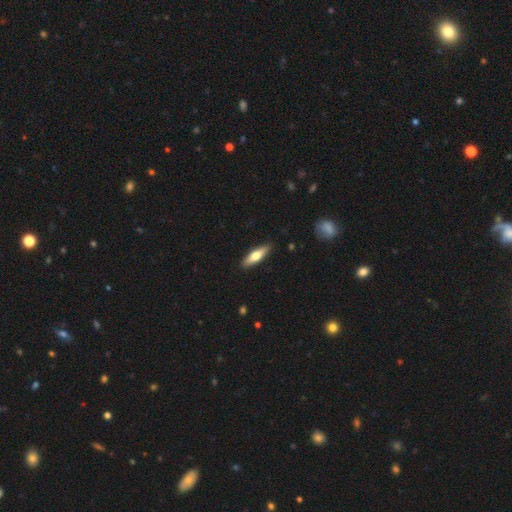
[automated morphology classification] smooth_or_featured: smooth (p=0.61) [alt: featured or disk p=0.34]
how_rounded: cigar-shaped (p=0.62) [alt: in between p=0.36]
merging: none (p=0.89) [alt: minor disturbance p=0.08]